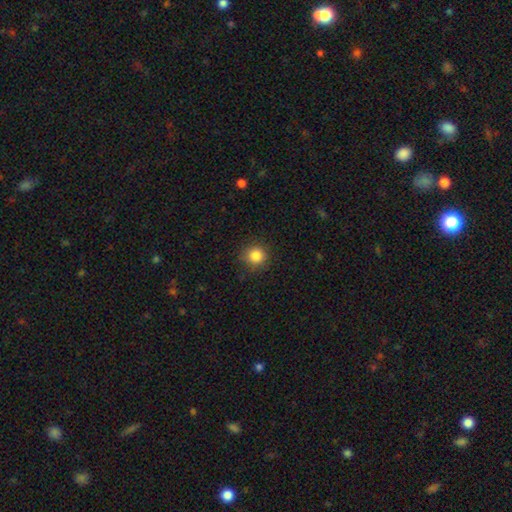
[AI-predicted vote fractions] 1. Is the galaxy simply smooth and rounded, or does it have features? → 85% smooth, 11% star or artifact, 4% featured or disk.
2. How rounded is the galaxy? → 92% round, 7% in between, 1% cigar-shaped.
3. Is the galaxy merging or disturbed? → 87% none, 9% minor disturbance, 3% major disturbance, 1% merger.